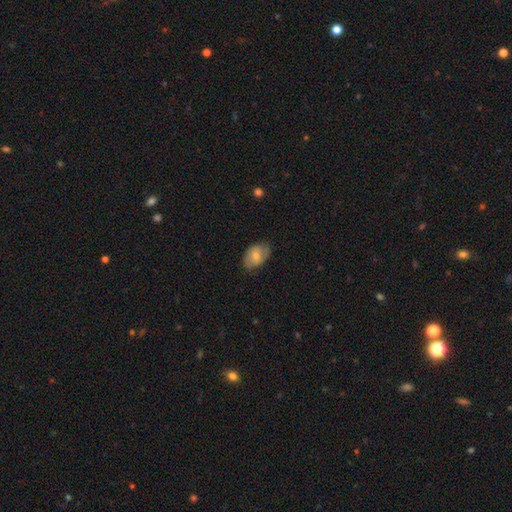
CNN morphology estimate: Smooth or featured?
  - smooth: 63% *
  - featured or disk: 30%
  - star or artifact: 7%
How rounded?
  - in between: 86% *
  - round: 13%
  - cigar-shaped: 1%
Merging?
  - none: 72% *
  - minor disturbance: 22%
  - major disturbance: 5%
  - merger: 1%